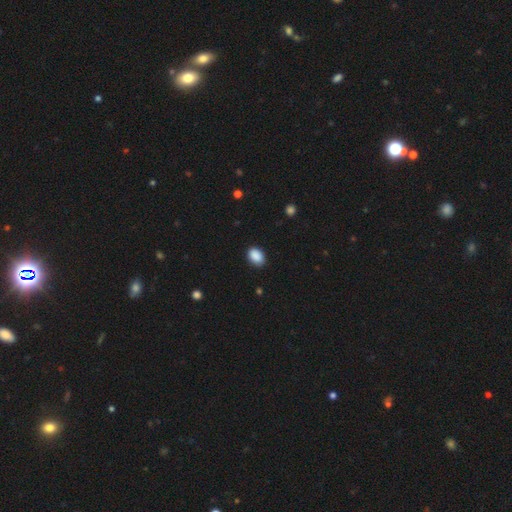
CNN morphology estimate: This appears to be a smooth galaxy with no disk features (89%) that is in between round and cigar-shaped (81%). Merging: none (85%).